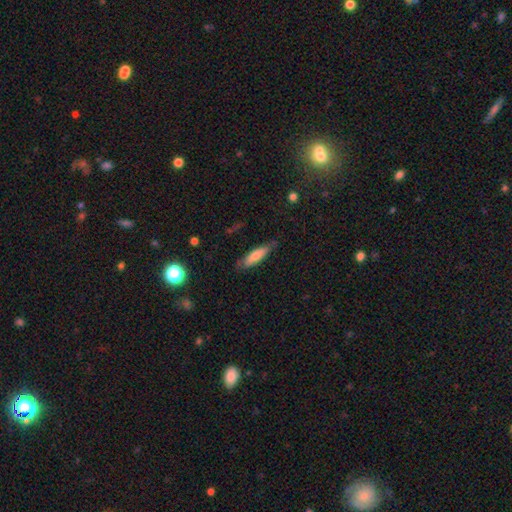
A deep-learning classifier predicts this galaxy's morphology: type=smooth (73%); roundness=cigar-shaped (61%); merging=none (73%).